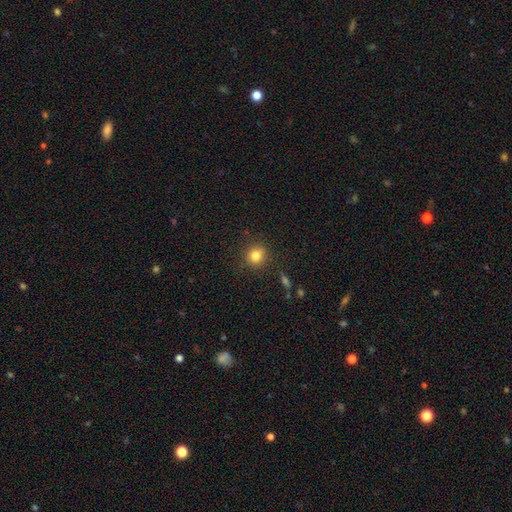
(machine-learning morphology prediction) type=smooth (81%); roundness=round (84%); merging=none (87%).